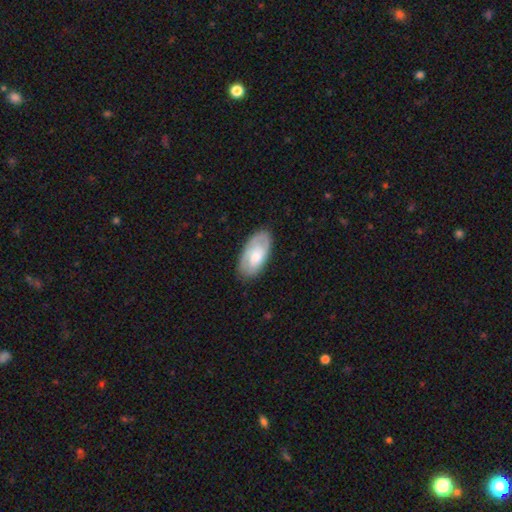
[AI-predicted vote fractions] Smooth or featured: smooth — 52% (featured or disk — 42%)
How rounded: in between — 94% (cigar-shaped — 3%)
Merging: none — 77% (minor disturbance — 17%)